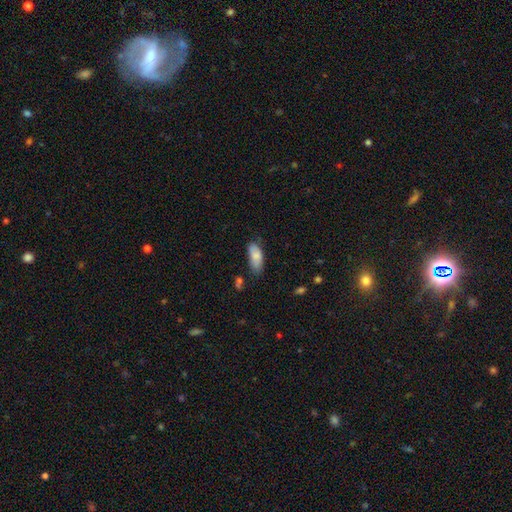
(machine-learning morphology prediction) This appears to be a smooth galaxy with no disk features (82%) that is in between round and cigar-shaped (84%). Merging: none (58%).